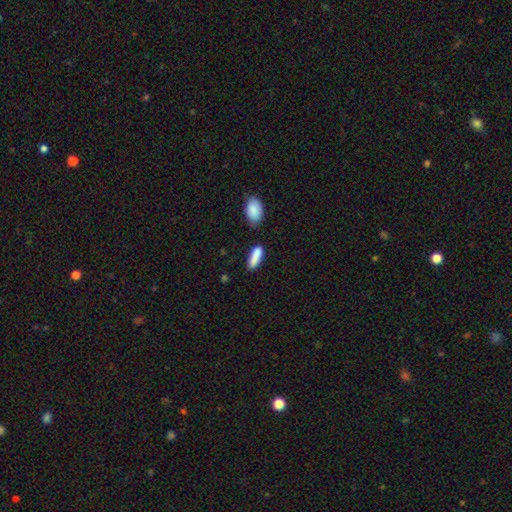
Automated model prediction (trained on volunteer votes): smooth-or-featured: smooth: 86% | featured or disk: 7% | star or artifact: 7%
  how-rounded: in between: 52% | cigar-shaped: 46% | round: 2%
  merging: none: 69% | minor disturbance: 17% | merger: 10% | major disturbance: 4%